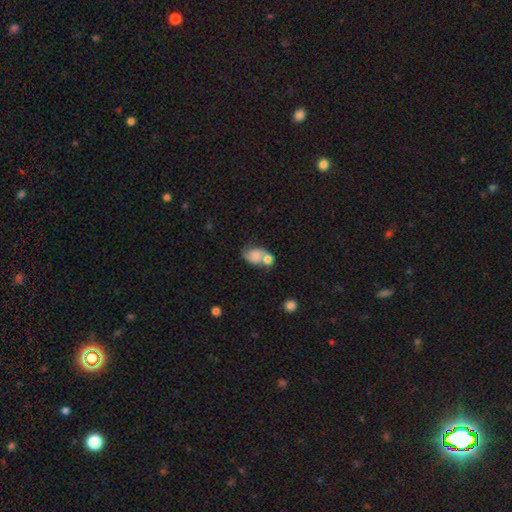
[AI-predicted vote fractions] A smooth galaxy with no disk features (51%) that is in between round and cigar-shaped (72%). Merging: merger (48%).